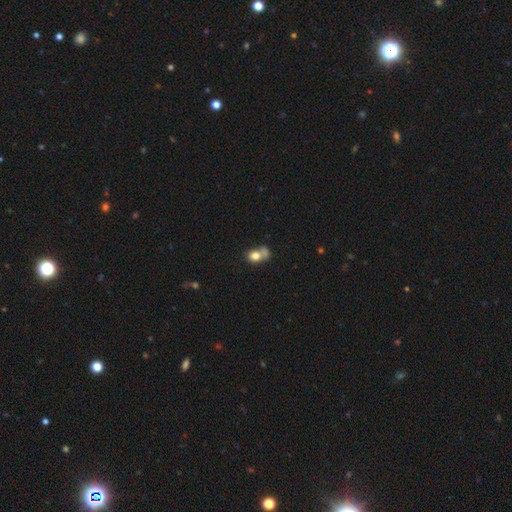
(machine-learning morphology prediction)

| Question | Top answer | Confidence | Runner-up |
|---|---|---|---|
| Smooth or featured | smooth | 75% | featured or disk (14%) |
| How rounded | round | 51% | in between (48%) |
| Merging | merger | 43% | none (31%) |